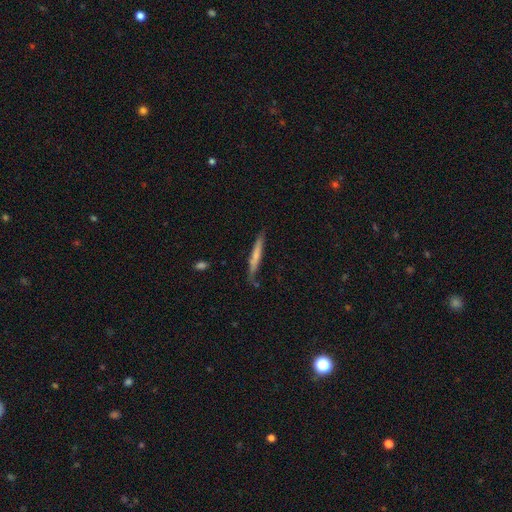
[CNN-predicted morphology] type=smooth (57%); roundness=cigar-shaped (94%); merging=none (71%).